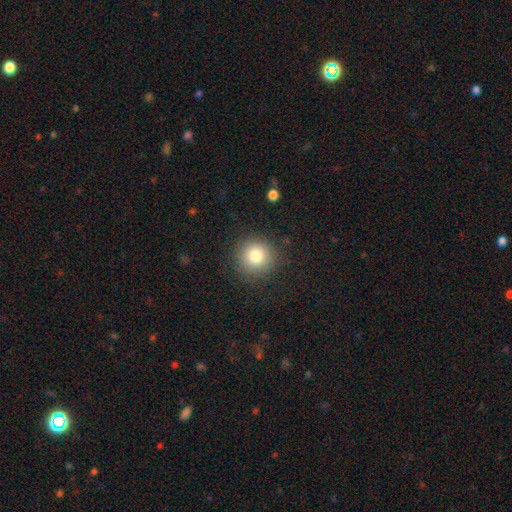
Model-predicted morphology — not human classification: This appears to be a smooth galaxy with no disk features (81%) that is round (94%). Merging: none (88%).